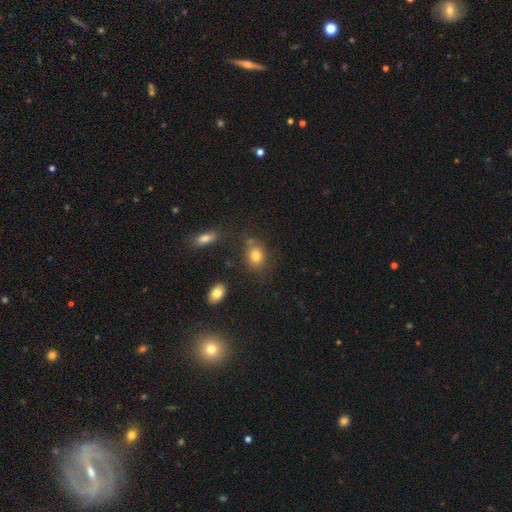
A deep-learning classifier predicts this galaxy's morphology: Smooth or featured: smooth — 80% (star or artifact — 11%)
How rounded: in between — 54% (round — 45%)
Merging: none — 72% (minor disturbance — 15%)